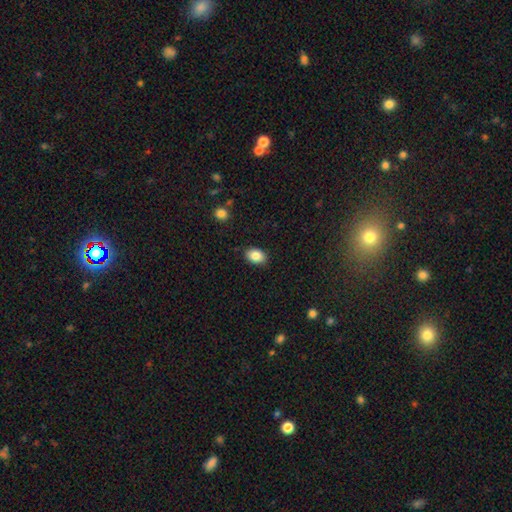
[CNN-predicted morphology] Q: Smooth or featured?
A: smooth (85%); runner-up: star or artifact (8%)
Q: How rounded?
A: in between (77%); runner-up: round (22%)
Q: Merging?
A: none (87%); runner-up: minor disturbance (10%)